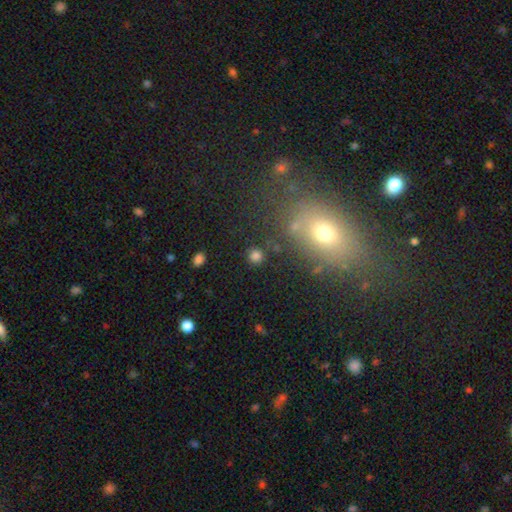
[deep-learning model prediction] Smooth or featured?
  - smooth: 78% *
  - star or artifact: 17%
  - featured or disk: 6%
How rounded?
  - round: 93% *
  - in between: 6%
  - cigar-shaped: 1%
Merging?
  - none: 86% *
  - minor disturbance: 7%
  - merger: 3%
  - major disturbance: 3%